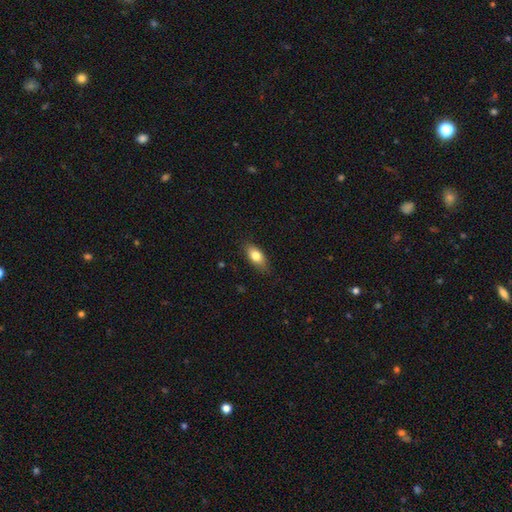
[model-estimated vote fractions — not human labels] Smooth or featured: smooth — 78% (featured or disk — 15%)
How rounded: in between — 84% (cigar-shaped — 11%)
Merging: none — 81% (minor disturbance — 16%)